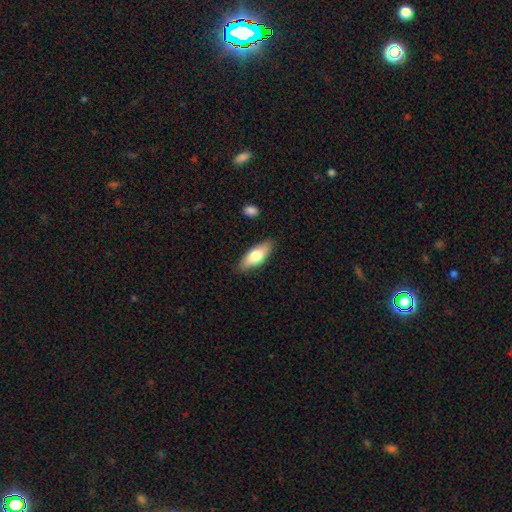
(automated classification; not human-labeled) This appears to be a smooth galaxy with no disk features (71%) that is in between round and cigar-shaped (73%). Merging: none (85%).